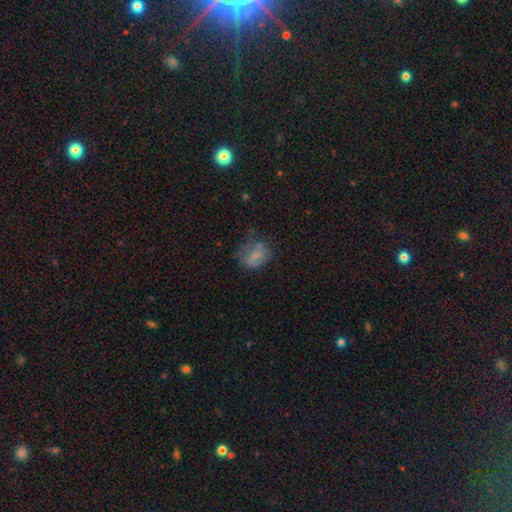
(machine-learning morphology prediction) Smooth or featured?
  - smooth: 64% *
  - featured or disk: 25%
  - star or artifact: 11%
How rounded?
  - in between: 57% *
  - round: 42%
  - cigar-shaped: 1%
Merging?
  - none: 45% *
  - minor disturbance: 29%
  - major disturbance: 20%
  - merger: 6%